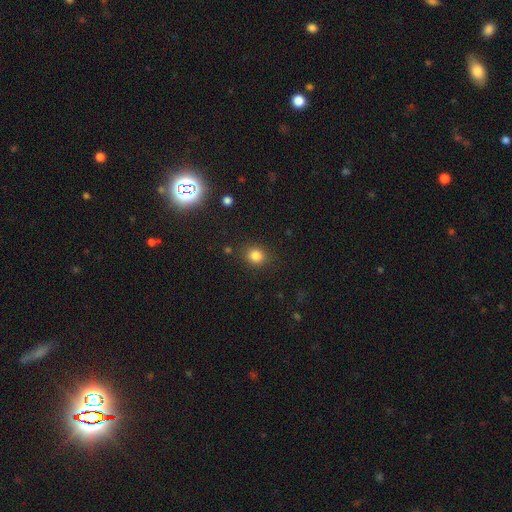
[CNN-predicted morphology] Smooth or featured?
  - smooth: 83% *
  - star or artifact: 12%
  - featured or disk: 5%
How rounded?
  - round: 70% *
  - in between: 29%
  - cigar-shaped: 1%
Merging?
  - none: 86% *
  - minor disturbance: 9%
  - major disturbance: 3%
  - merger: 2%